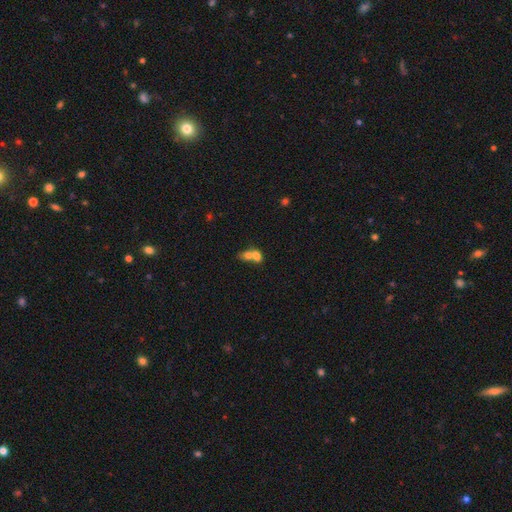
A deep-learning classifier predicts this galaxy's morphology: Smooth or featured?
  - smooth: 70% *
  - featured or disk: 20%
  - star or artifact: 11%
How rounded?
  - in between: 59% *
  - round: 39%
  - cigar-shaped: 2%
Merging?
  - merger: 74% *
  - none: 17%
  - minor disturbance: 6%
  - major disturbance: 4%